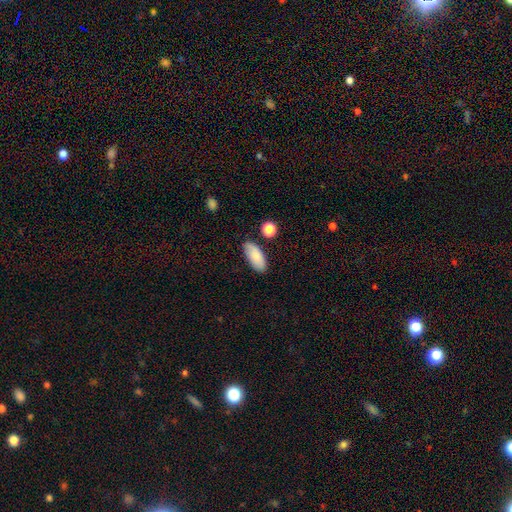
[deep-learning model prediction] smooth 84%, featured or disk 9%, star or artifact 7%. Down the decision tree: how rounded — in between (88%); merging — none (81%).